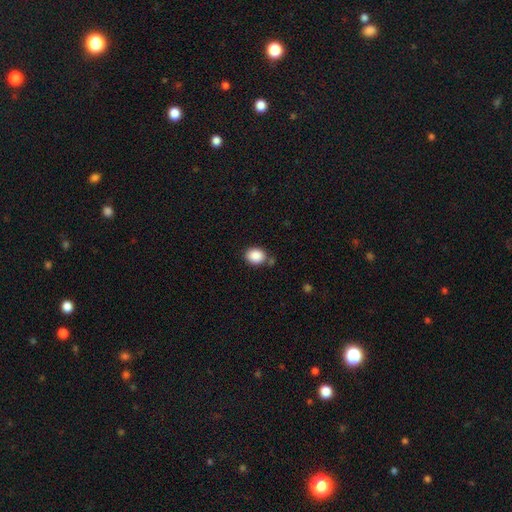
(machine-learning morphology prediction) Smooth or featured? smooth (89%)
How rounded? round (55%)
Merging? none (73%)